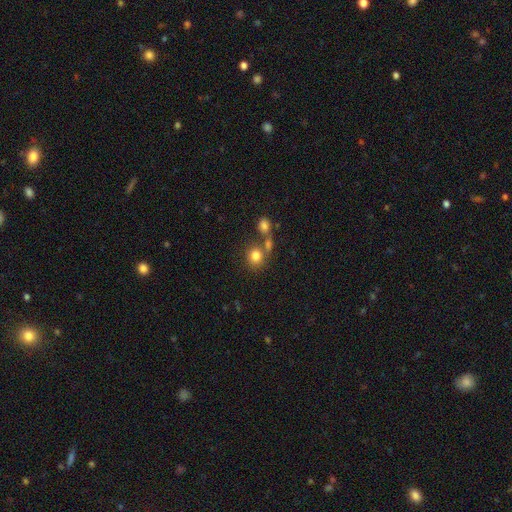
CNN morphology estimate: The model was most divided on "merging": none: 56%, merger: 29%, minor disturbance: 11%, major disturbance: 5%. More confident: smooth or featured — smooth (79%); how rounded — round (74%).